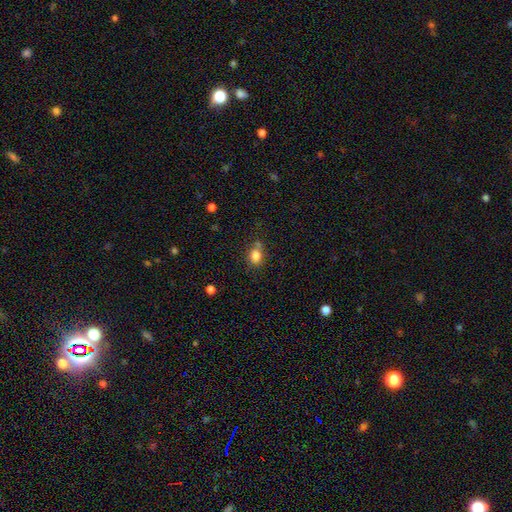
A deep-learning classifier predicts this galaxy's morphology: Smooth or featured? smooth (82%)
How rounded? in between (58%)
Merging? none (62%)